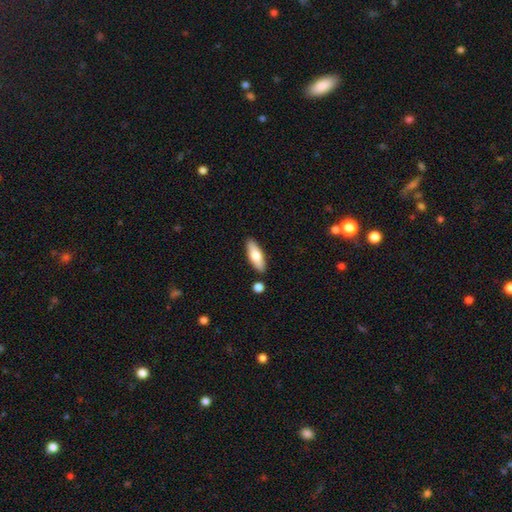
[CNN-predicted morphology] Smooth or featured? smooth (70%)
How rounded? in between (59%)
Merging? none (85%)